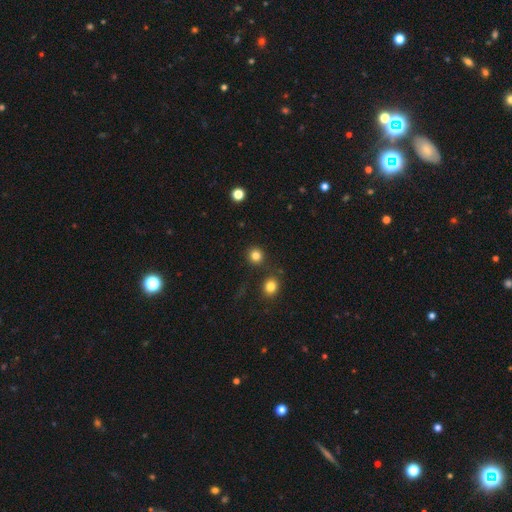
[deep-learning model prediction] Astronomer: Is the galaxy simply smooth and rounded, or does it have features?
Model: smooth — 83%.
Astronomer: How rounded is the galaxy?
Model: round — 92%.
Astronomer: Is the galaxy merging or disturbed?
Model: none — 87%.